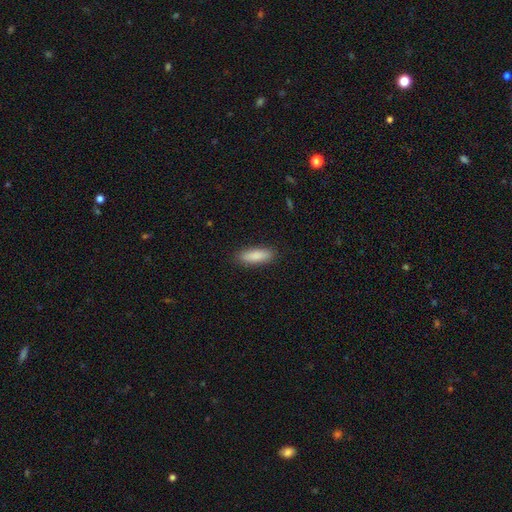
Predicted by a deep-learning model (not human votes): A smooth galaxy with no disk features (87%) that is in between round and cigar-shaped (54%). Merging: none (89%).